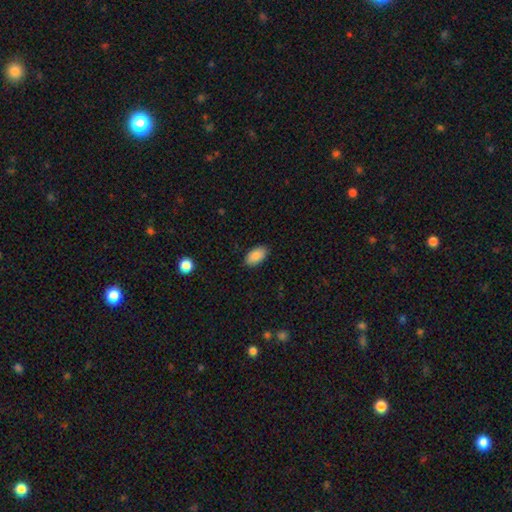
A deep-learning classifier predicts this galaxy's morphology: This is clearly a smooth galaxy (88%). How rounded: clearly in between (94%). Merging: clearly none (87%).